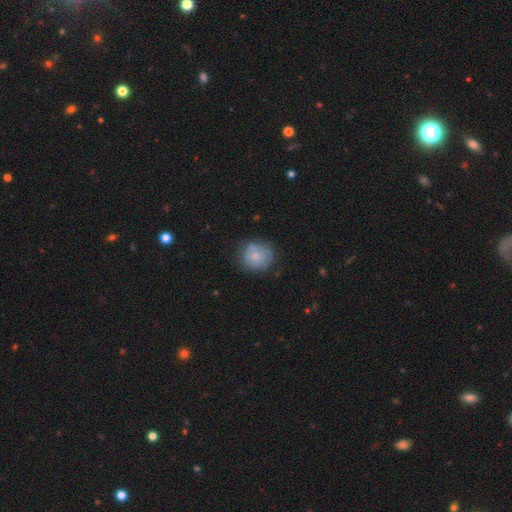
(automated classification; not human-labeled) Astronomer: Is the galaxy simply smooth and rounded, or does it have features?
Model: smooth — 56% (runner-up: featured or disk, 36%).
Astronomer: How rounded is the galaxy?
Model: round — 76%.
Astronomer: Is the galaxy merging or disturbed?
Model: none — 64%.